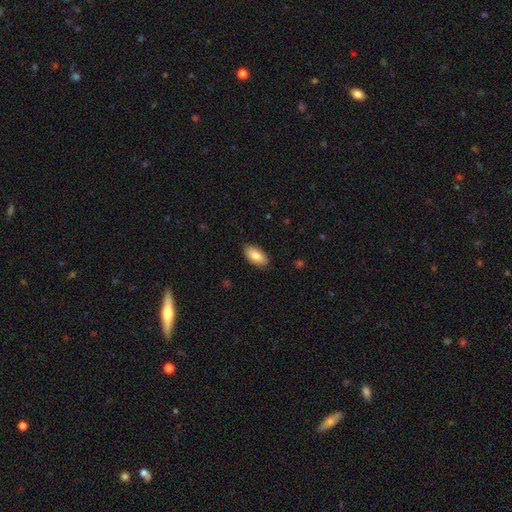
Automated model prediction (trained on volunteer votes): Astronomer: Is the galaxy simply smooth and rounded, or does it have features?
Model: smooth — 83%.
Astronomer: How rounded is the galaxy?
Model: in between — 94%.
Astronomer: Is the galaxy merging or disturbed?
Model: none — 89%.